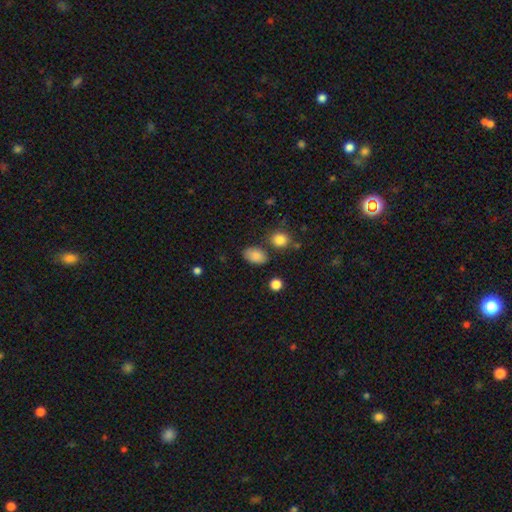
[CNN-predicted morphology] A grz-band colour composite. It shows a smooth galaxy with no disk features (84%) that is in between round and cigar-shaped (87%). Merging: none (75%).